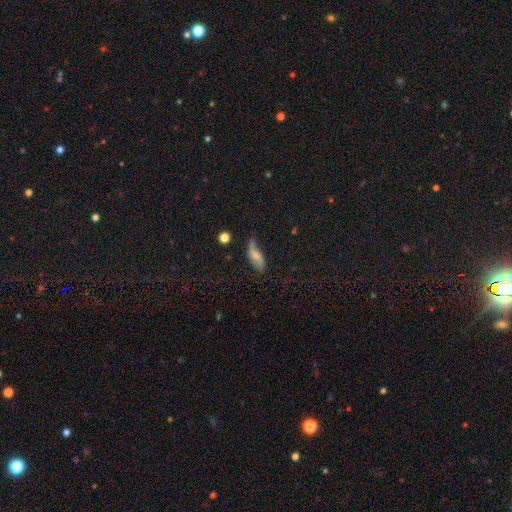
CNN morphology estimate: Smooth or featured?
  - smooth: 56% *
  - featured or disk: 35%
  - star or artifact: 9%
How rounded?
  - in between: 70% *
  - cigar-shaped: 27%
  - round: 3%
Merging?
  - none: 45% *
  - minor disturbance: 34%
  - major disturbance: 15%
  - merger: 6%